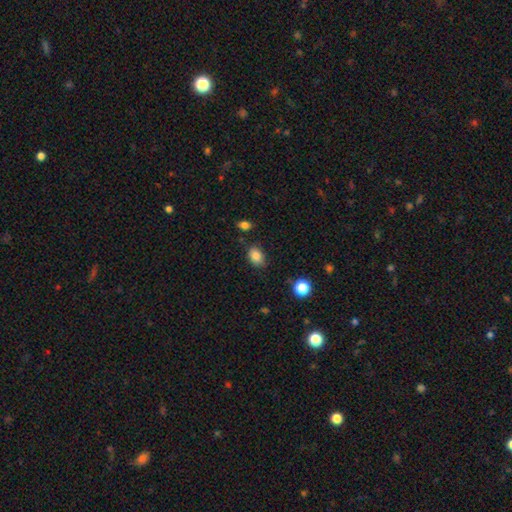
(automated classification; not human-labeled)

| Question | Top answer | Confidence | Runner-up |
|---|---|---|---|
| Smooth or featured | smooth | 85% | star or artifact (10%) |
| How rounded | in between | 74% | round (25%) |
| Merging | none | 78% | minor disturbance (16%) |